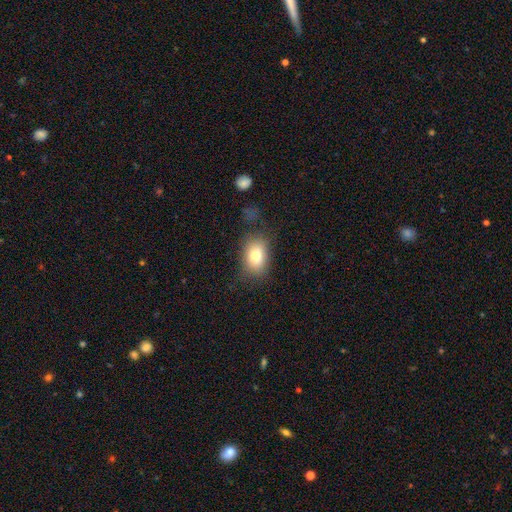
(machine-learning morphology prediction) Overall: smooth (78%). How rounded: in between (78%). Merging: none (72%).